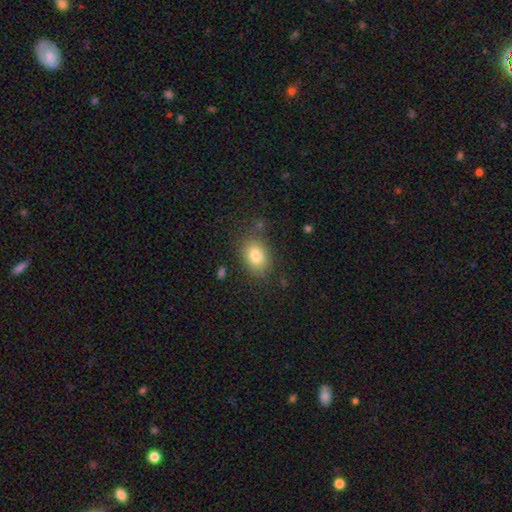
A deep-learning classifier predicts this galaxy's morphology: This appears to be a smooth galaxy with no disk features (81%) that is in between round and cigar-shaped (75%). Merging: none (79%).